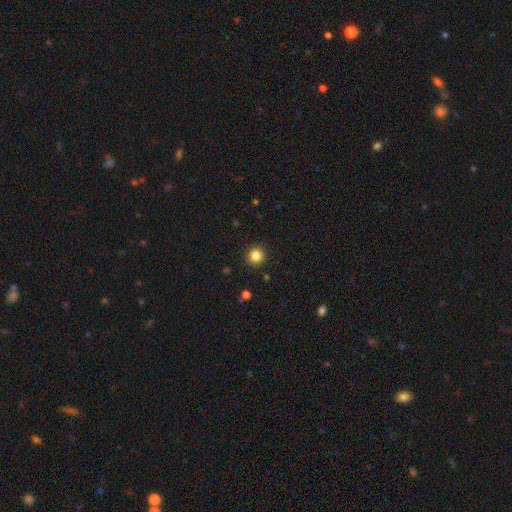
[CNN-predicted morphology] type=smooth (84%); roundness=round (94%); merging=none (92%).